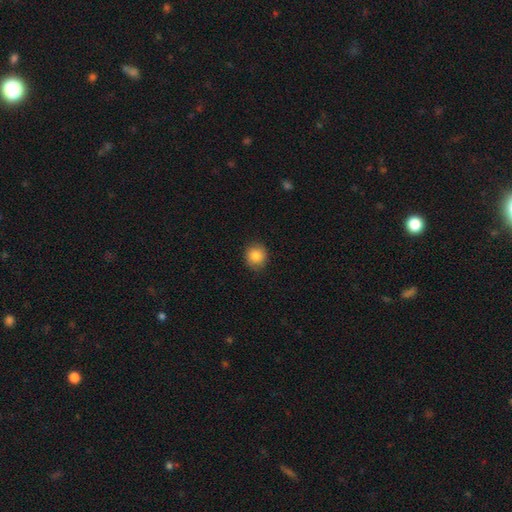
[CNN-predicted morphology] smooth 84%, star or artifact 9%, featured or disk 7%. Down the decision tree: how rounded — round (86%); merging — none (86%).